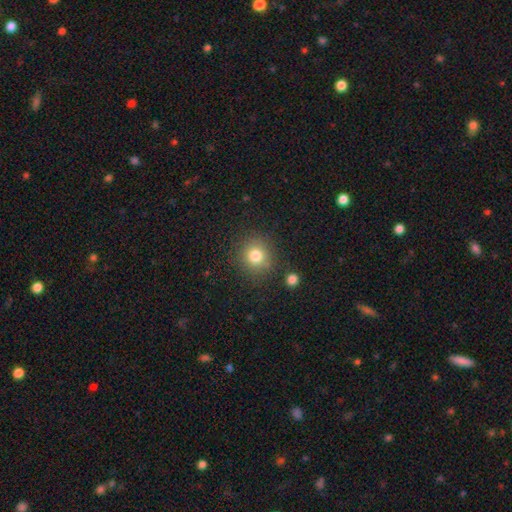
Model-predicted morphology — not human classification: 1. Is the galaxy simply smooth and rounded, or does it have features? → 79% smooth, 13% star or artifact, 8% featured or disk.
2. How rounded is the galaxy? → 89% round, 10% in between, 1% cigar-shaped.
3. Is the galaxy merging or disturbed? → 84% none, 9% minor disturbance, 3% merger, 3% major disturbance.